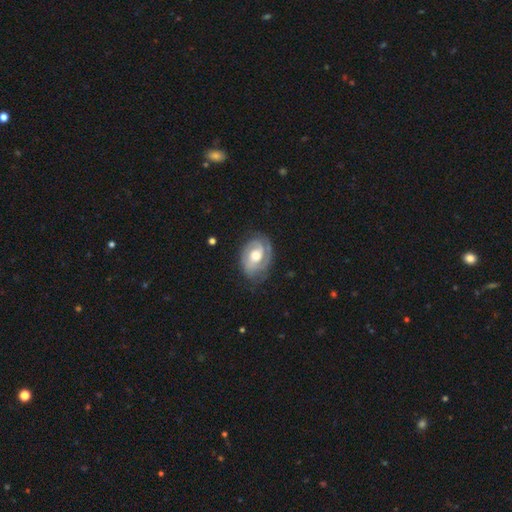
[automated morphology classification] This appears to be a featured or disk galaxy (84%) with no bar (55%), 2 (58%) tight (63%) spiral arms (93%) and a moderate central bulge (70%). Merging: none (71%).